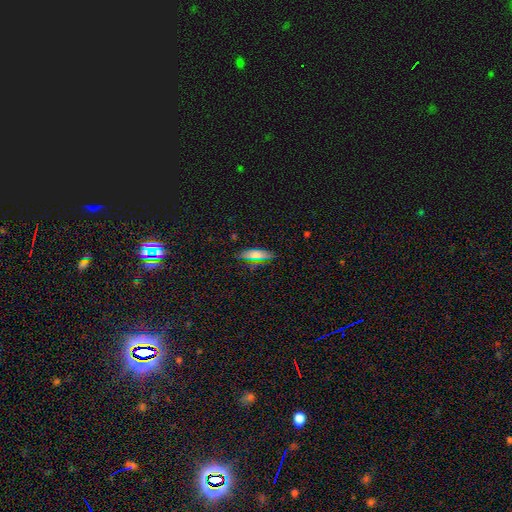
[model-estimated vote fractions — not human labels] This is likely a smooth galaxy (67%). How rounded: possibly cigar-shaped (51%). Merging: likely none (79%).